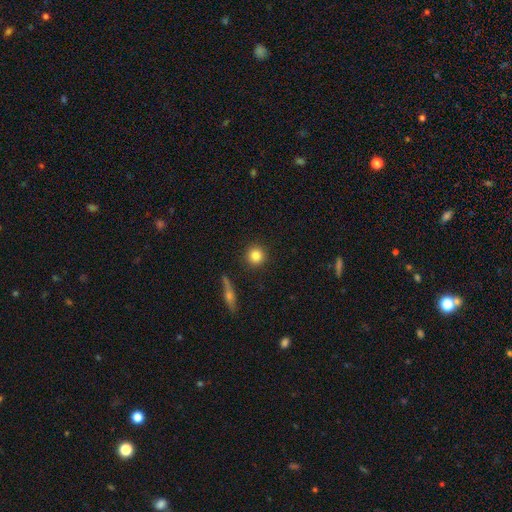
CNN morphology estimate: smooth_or_featured: smooth (p=0.83) [alt: star or artifact p=0.09]
how_rounded: round (p=0.94) [alt: in between p=0.05]
merging: none (p=0.91) [alt: minor disturbance p=0.05]